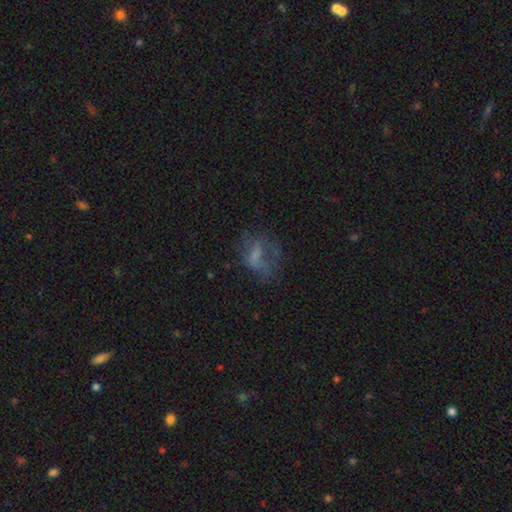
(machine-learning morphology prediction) type=smooth (43%); merging=none (42%).